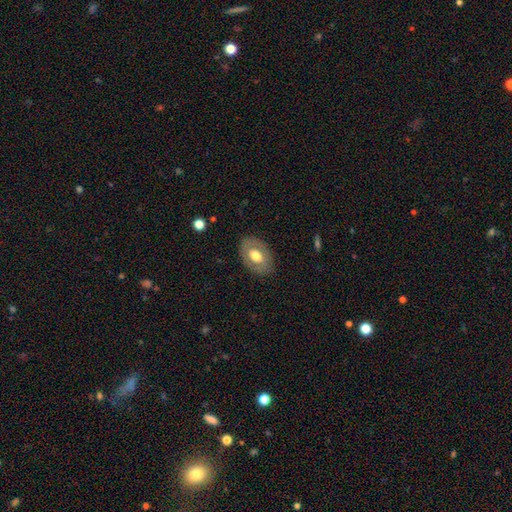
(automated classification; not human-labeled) Smooth or featured? smooth (55%)
How rounded? in between (79%)
Merging? none (82%)